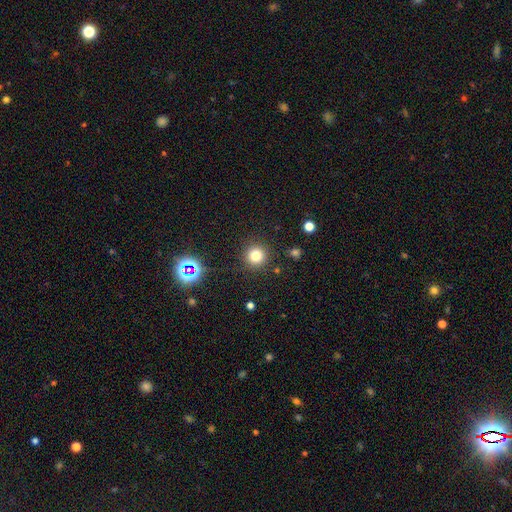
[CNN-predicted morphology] The model was most divided on "smooth or featured": smooth: 77%, star or artifact: 17%, featured or disk: 6%. More confident: how rounded — round (95%); merging — none (89%).